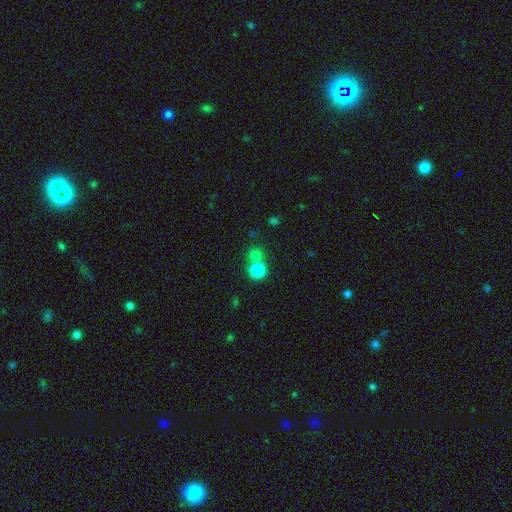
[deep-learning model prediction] Smooth or featured? Predicted: smooth (p=0.80). How rounded? Predicted: round (p=0.90). Merging? Predicted: none (p=0.54).